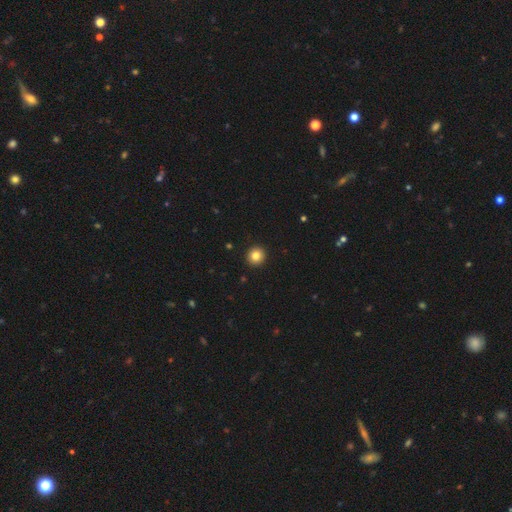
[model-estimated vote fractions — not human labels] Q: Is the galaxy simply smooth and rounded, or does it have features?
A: smooth — 83%.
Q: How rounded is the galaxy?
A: round — 93%.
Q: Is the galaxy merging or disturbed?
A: none — 94%.